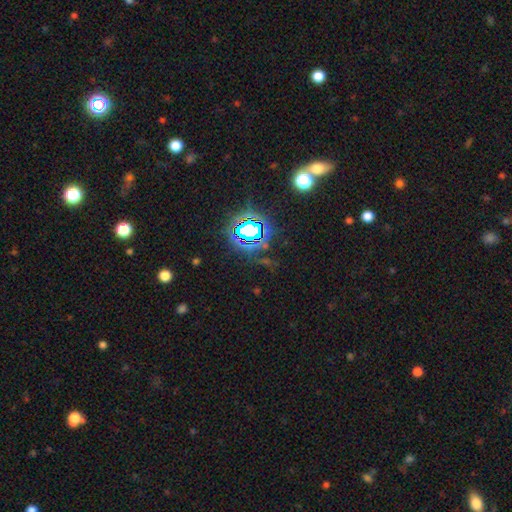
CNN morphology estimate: Smooth or featured? star or artifact (79%)